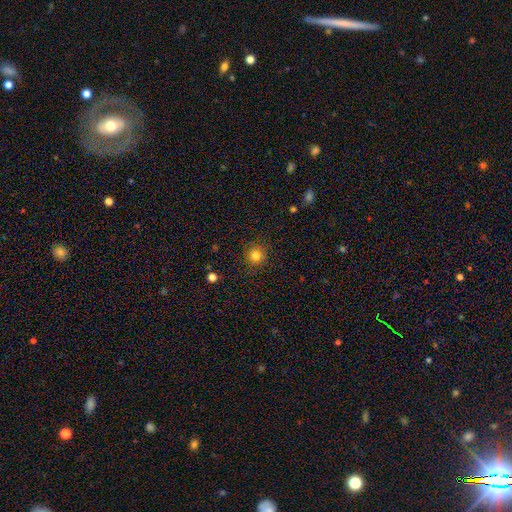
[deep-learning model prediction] smooth-or-featured: smooth: 82% | star or artifact: 13% | featured or disk: 6%
  how-rounded: round: 93% | in between: 6% | cigar-shaped: 1%
  merging: none: 89% | minor disturbance: 7% | major disturbance: 2% | merger: 1%